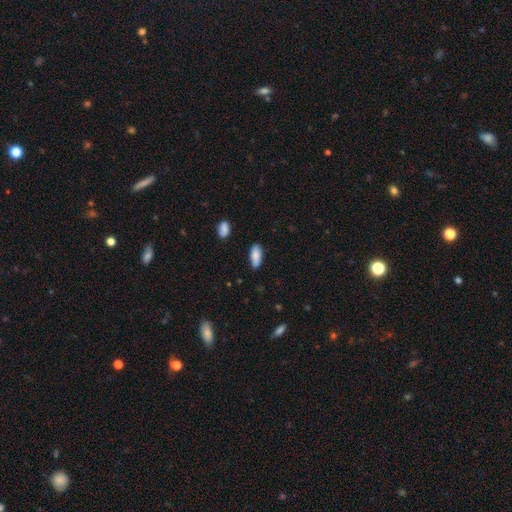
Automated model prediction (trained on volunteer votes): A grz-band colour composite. It shows a smooth galaxy with no disk features (85%) that is in between round and cigar-shaped (86%). Merging: none (81%).